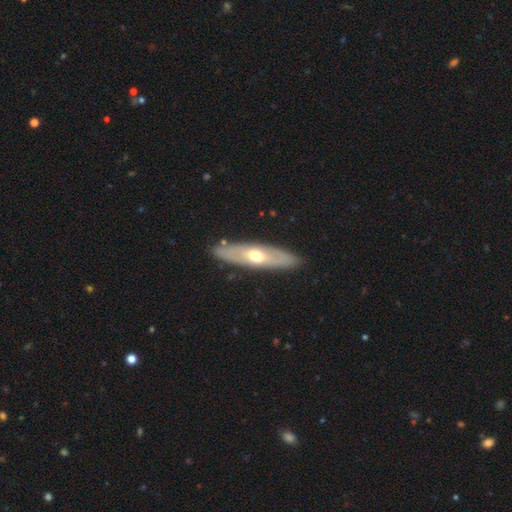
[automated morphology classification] This appears to be a featured or disk galaxy (61%) viewed edge-on (55%). Merging: none (87%).